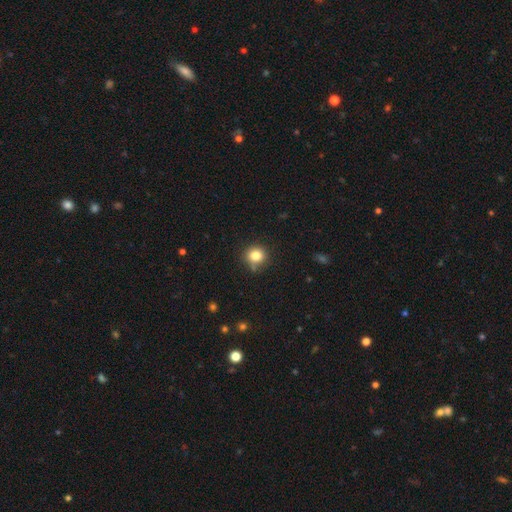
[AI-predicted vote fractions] This is clearly a smooth galaxy (82%). How rounded: clearly round (88%). Merging: clearly none (81%).